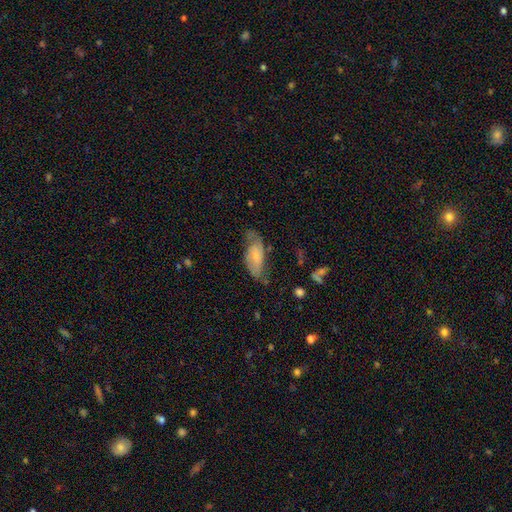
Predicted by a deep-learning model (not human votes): Smooth or featured?
  - smooth: 49% *
  - featured or disk: 44%
  - star or artifact: 7%
Merging?
  - none: 48% *
  - minor disturbance: 32%
  - major disturbance: 17%
  - merger: 3%